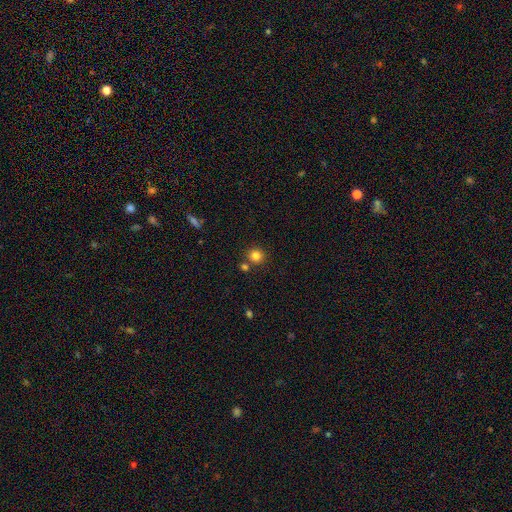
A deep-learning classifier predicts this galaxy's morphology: Smooth or featured?
  - smooth: 82% *
  - star or artifact: 12%
  - featured or disk: 5%
How rounded?
  - round: 91% *
  - in between: 8%
  - cigar-shaped: 1%
Merging?
  - none: 76% *
  - merger: 13%
  - minor disturbance: 8%
  - major disturbance: 3%